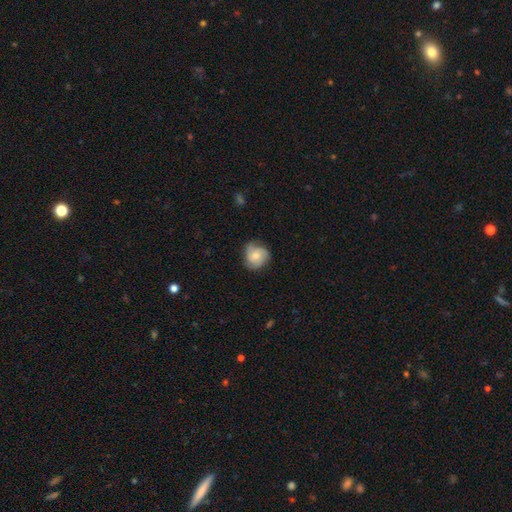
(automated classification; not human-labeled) Smooth or featured? Predicted: featured or disk (p=0.47). Merging? Predicted: none (p=0.67).